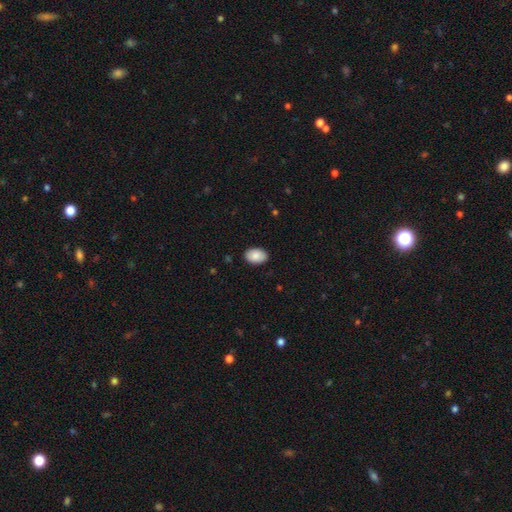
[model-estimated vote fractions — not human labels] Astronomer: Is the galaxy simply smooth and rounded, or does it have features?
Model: smooth — 88%.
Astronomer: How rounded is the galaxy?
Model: in between — 89%.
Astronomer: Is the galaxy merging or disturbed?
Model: none — 89%.